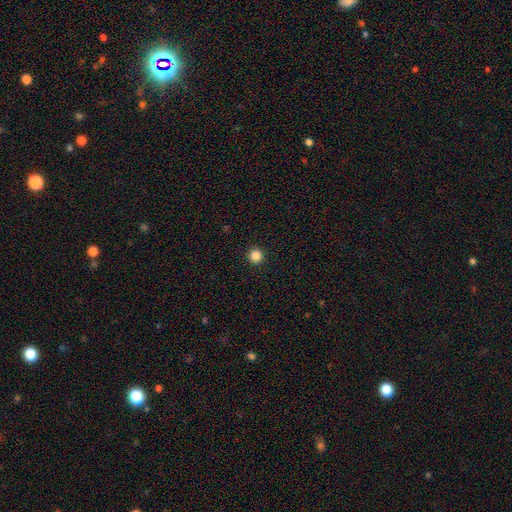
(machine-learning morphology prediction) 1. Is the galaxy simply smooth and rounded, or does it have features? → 85% smooth, 12% star or artifact, 3% featured or disk.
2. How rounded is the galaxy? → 95% round, 4% in between, 1% cigar-shaped.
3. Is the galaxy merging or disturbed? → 93% none, 4% minor disturbance, 2% major disturbance, 1% merger.